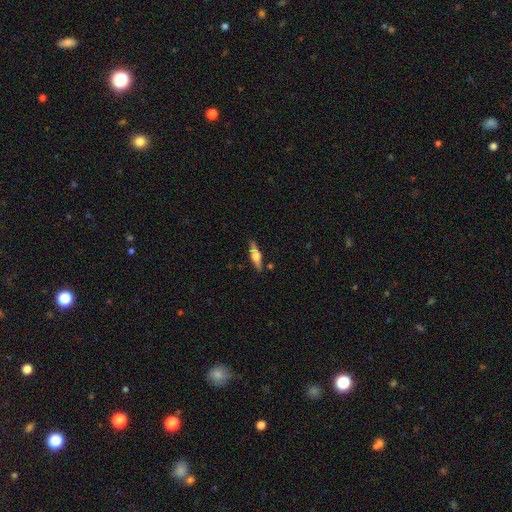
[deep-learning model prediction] Smooth or featured? Predicted: featured or disk (p=0.59). Edge-on disk? Predicted: yes (p=0.95). Edge-on bulge? Predicted: rounded (p=0.91). Merging? Predicted: none (p=0.85).